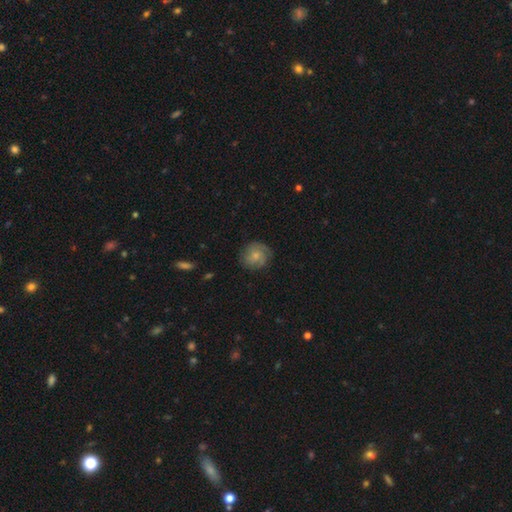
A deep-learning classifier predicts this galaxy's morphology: A featured or disk galaxy (46%, tied with smooth). Merging: none (76%).